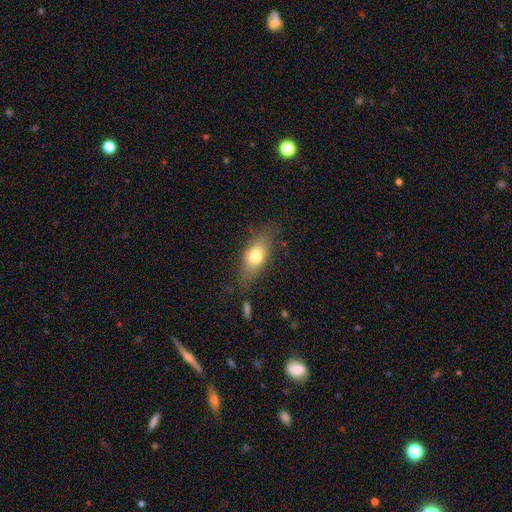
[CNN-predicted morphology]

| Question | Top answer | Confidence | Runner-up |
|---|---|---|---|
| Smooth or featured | smooth | 71% | featured or disk (21%) |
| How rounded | in between | 78% | cigar-shaped (14%) |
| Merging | none | 71% | minor disturbance (19%) |